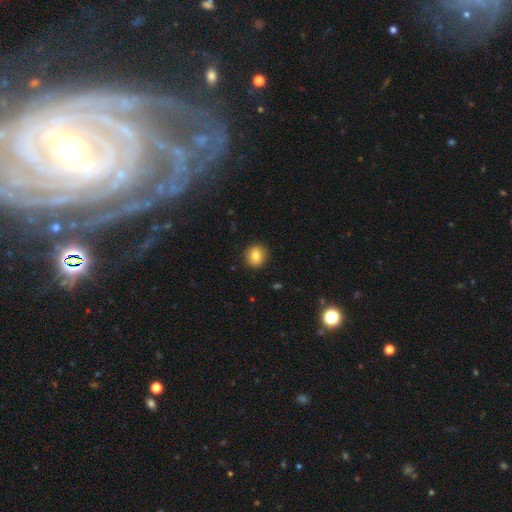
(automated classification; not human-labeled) Smooth or featured: smooth — 80% (featured or disk — 10%)
How rounded: round — 89% (in between — 10%)
Merging: none — 91% (minor disturbance — 6%)